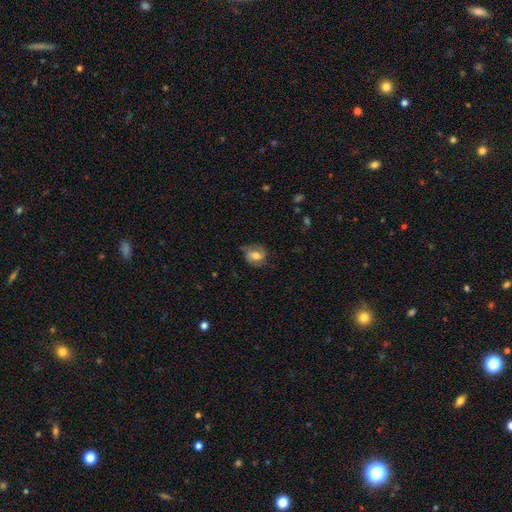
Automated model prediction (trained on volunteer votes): smooth-or-featured: featured or disk: 47% | smooth: 45% | star or artifact: 8%
  merging: none: 66% | minor disturbance: 23% | major disturbance: 9% | merger: 1%